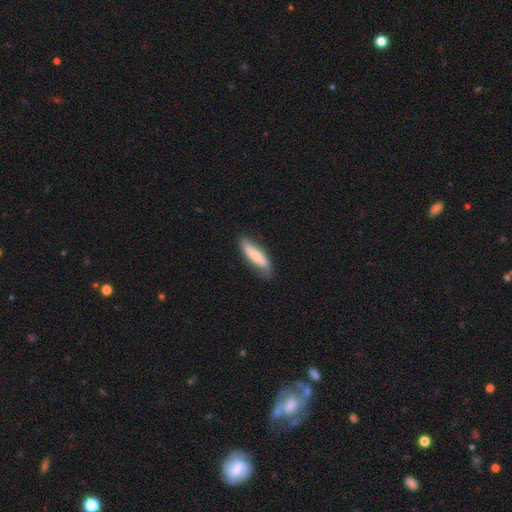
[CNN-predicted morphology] The model was most divided on "how rounded": cigar-shaped: 62%, in between: 36%, round: 2%. More confident: merging — none (75%); smooth or featured — smooth (64%).